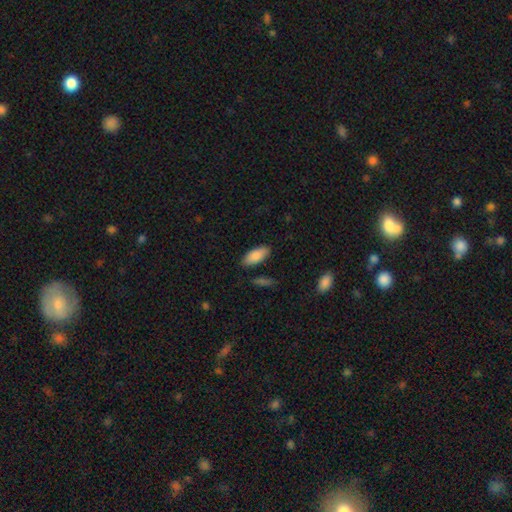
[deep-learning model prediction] This is clearly a smooth galaxy (87%). How rounded: clearly in between (87%). Merging: clearly none (84%).